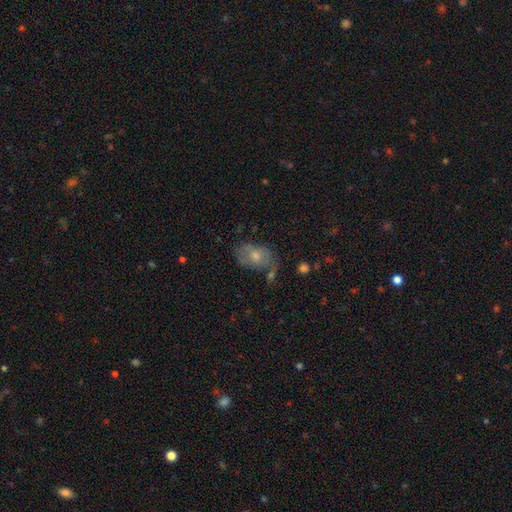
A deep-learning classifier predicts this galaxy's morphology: Smooth or featured: smooth — 56% (featured or disk — 34%)
How rounded: in between — 83% (round — 16%)
Merging: none — 50% (minor disturbance — 25%)